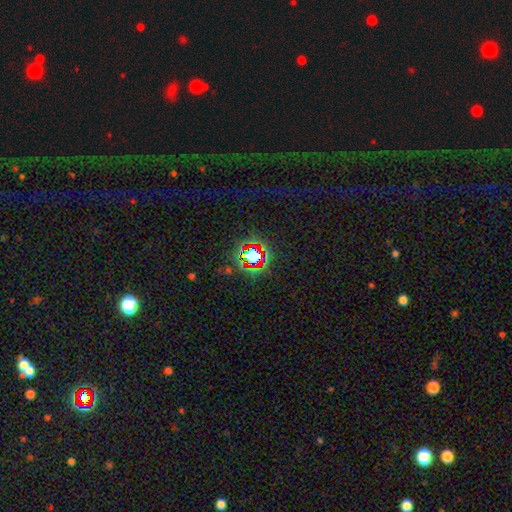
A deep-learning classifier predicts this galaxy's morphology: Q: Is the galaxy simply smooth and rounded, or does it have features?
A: star or artifact — 71%.